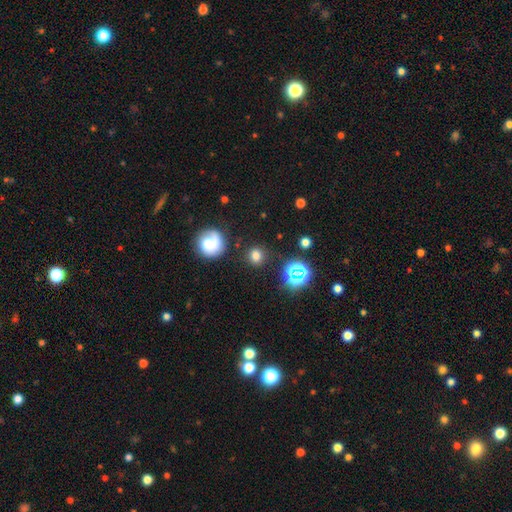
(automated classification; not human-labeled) This is likely a smooth galaxy (71%). How rounded: clearly round (86%). Merging: clearly none (83%).